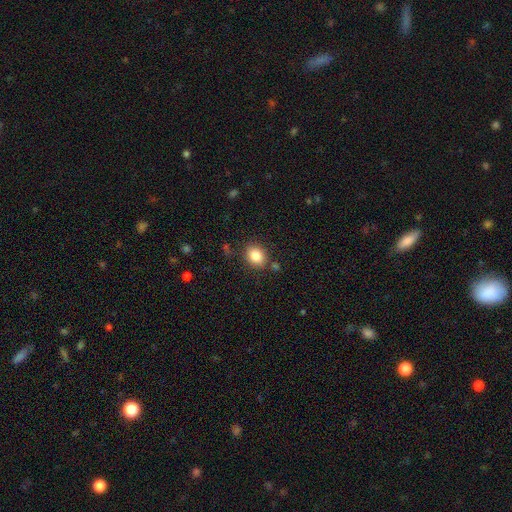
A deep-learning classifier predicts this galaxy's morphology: Smooth or featured?
  - smooth: 85% *
  - star or artifact: 9%
  - featured or disk: 6%
How rounded?
  - round: 55% *
  - in between: 44%
  - cigar-shaped: 1%
Merging?
  - none: 81% *
  - minor disturbance: 11%
  - merger: 4%
  - major disturbance: 3%